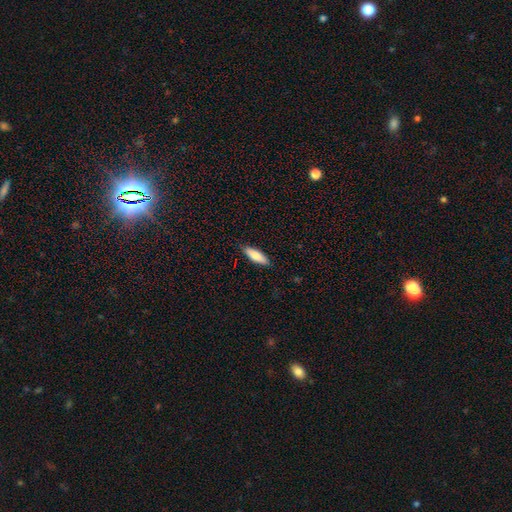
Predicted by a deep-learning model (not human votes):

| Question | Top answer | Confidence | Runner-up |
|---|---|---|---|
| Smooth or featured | smooth | 78% | featured or disk (17%) |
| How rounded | in between | 51% | cigar-shaped (48%) |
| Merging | none | 87% | minor disturbance (10%) |